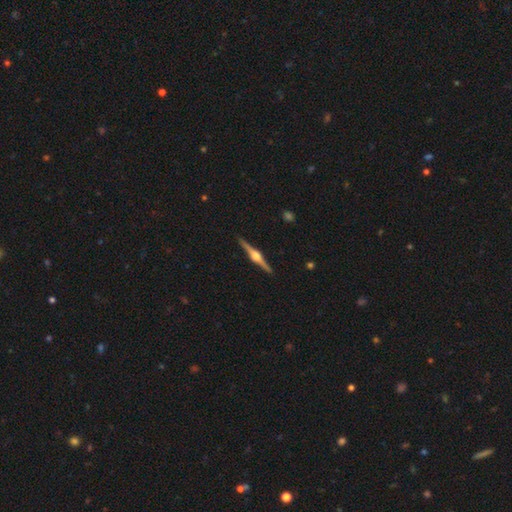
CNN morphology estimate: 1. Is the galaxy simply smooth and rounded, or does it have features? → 87% featured or disk, 9% smooth, 5% star or artifact.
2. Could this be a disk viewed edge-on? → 99% yes, 1% no.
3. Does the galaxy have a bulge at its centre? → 94% rounded, 4% boxy, 2% none.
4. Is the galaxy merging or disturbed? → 92% none, 5% minor disturbance, 1% major disturbance, 1% merger.